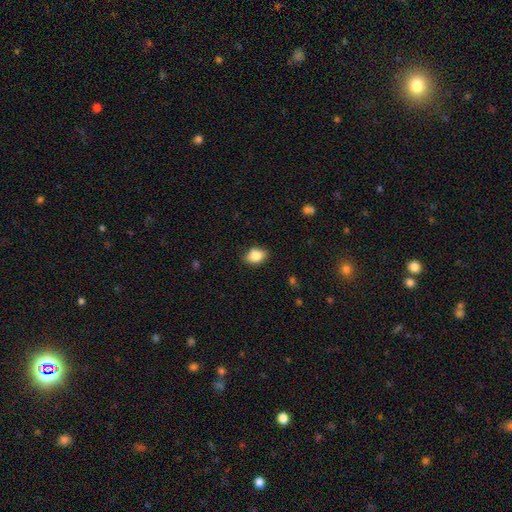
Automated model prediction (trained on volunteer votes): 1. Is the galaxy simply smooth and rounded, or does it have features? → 84% smooth, 8% star or artifact, 8% featured or disk.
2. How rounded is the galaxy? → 73% in between, 26% round, 2% cigar-shaped.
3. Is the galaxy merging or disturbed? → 80% none, 16% minor disturbance, 3% major disturbance, 1% merger.